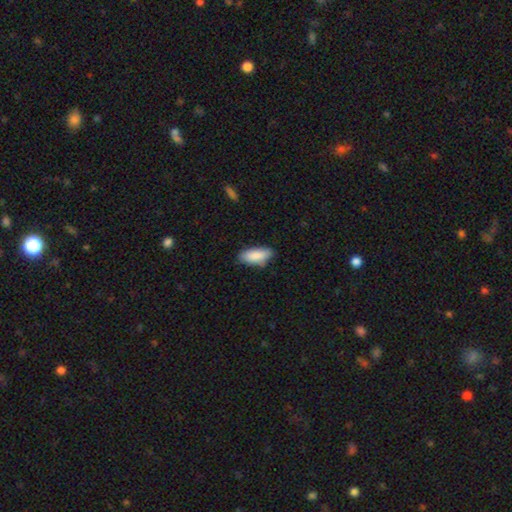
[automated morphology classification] A smooth galaxy with no disk features (88%) that is in between round and cigar-shaped (85%). Merging: none (78%).